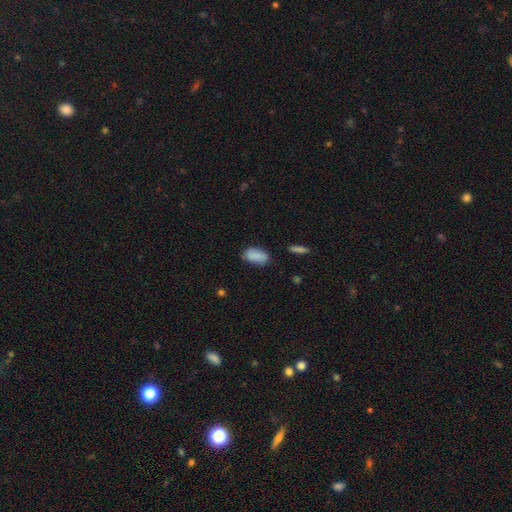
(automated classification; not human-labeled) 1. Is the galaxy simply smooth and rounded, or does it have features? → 86% smooth, 7% star or artifact, 7% featured or disk.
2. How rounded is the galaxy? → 92% in between, 4% round, 3% cigar-shaped.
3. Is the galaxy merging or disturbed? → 71% none, 22% minor disturbance, 4% major disturbance, 3% merger.